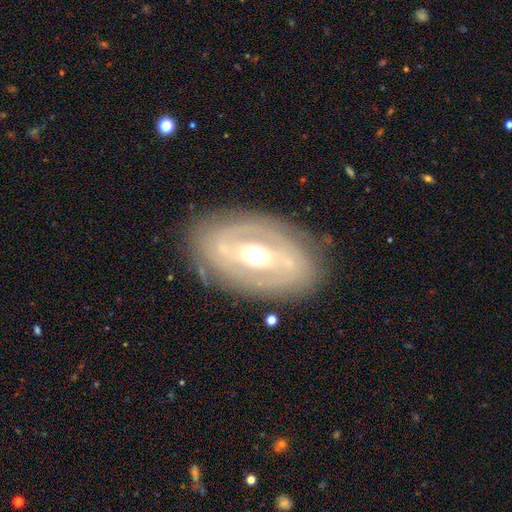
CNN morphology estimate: Smooth or featured? Predicted: featured or disk (p=0.81). Edge-on disk? Predicted: no (p=0.93). Bar? Predicted: strong (p=0.37). Spiral arms? Predicted: yes (p=0.70). Spiral winding? Predicted: tight (p=0.57). Spiral arm count? Predicted: 2 (p=0.65). Bulge size? Predicted: moderate (p=0.70). Merging? Predicted: none (p=0.80).